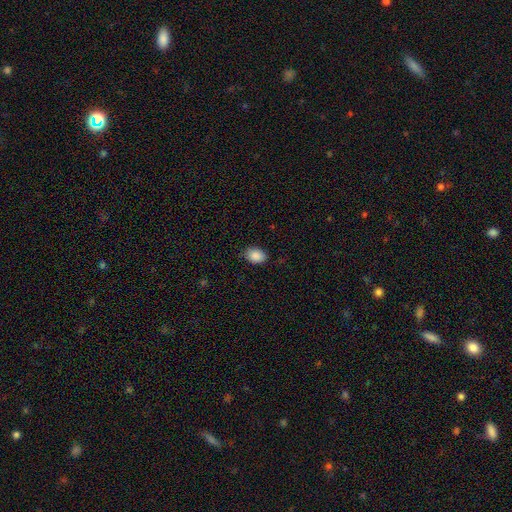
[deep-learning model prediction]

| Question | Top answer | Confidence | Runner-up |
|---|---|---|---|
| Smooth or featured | smooth | 88% | star or artifact (8%) |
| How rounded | in between | 79% | round (20%) |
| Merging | none | 83% | minor disturbance (13%) |